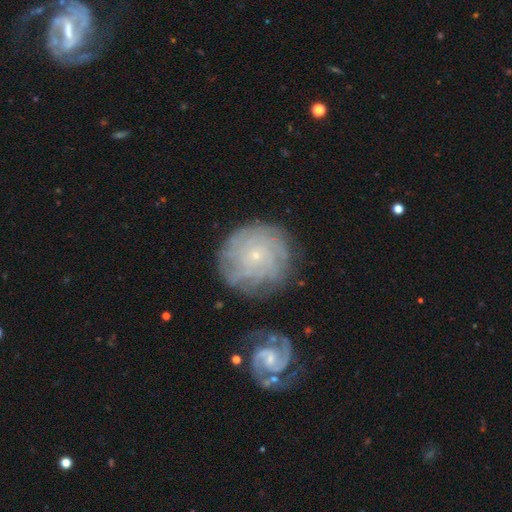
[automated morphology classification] Smooth or featured?
  - featured or disk: 76% *
  - smooth: 15%
  - star or artifact: 9%
Edge-on disk?
  - no: 97% *
  - yes: 3%
Bar?
  - no: 80% *
  - weak: 16%
  - strong: 4%
Spiral arms?
  - yes: 94% *
  - no: 6%
Spiral winding?
  - tight: 76% *
  - medium: 19%
  - loose: 5%
Spiral arm count?
  - can't tell: 33% *
  - 4: 20%
  - more than 4: 16%
  - 3: 13%
  - 2: 10%
  - 1: 8%
Bulge size?
  - small: 86% *
  - moderate: 9%
  - none: 2%
  - large: 1%
  - dominant: 1%
Merging?
  - none: 75% *
  - minor disturbance: 13%
  - merger: 7%
  - major disturbance: 5%